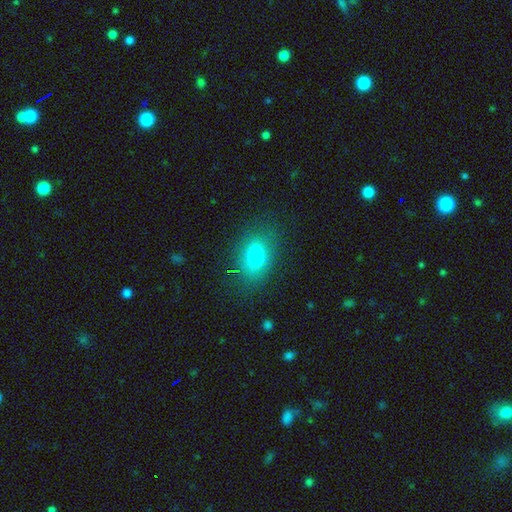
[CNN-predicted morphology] smooth-or-featured: smooth: 79% | star or artifact: 11% | featured or disk: 11%
  how-rounded: in between: 81% | round: 16% | cigar-shaped: 2%
  merging: none: 77% | minor disturbance: 16% | major disturbance: 6% | merger: 1%